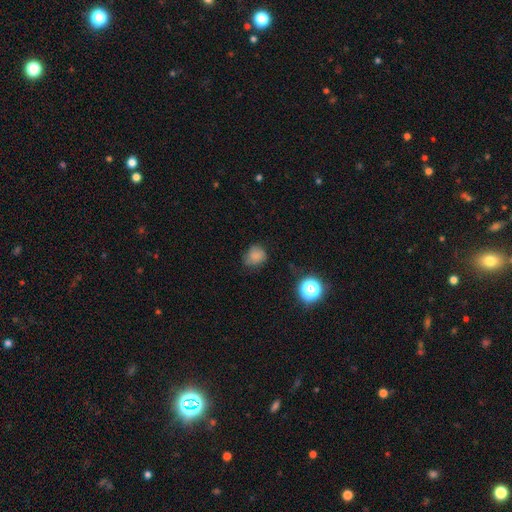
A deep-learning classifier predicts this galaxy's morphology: A smooth galaxy with no disk features (79%) that is round (62%).

Vote fractions:
- Smooth or featured? smooth: 79% / star or artifact: 14% / featured or disk: 7%
- How rounded? round: 62% / in between: 37% / cigar-shaped: 1%
- Merging? none: 64% / minor disturbance: 28% / major disturbance: 7% / merger: 2%